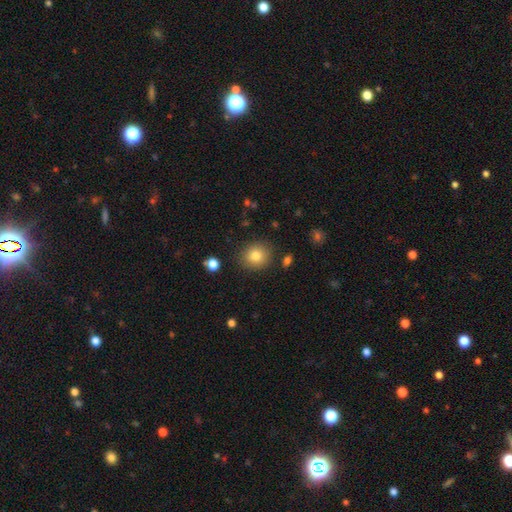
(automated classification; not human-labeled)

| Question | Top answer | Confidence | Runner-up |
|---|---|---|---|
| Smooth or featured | smooth | 81% | star or artifact (11%) |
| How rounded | round | 85% | in between (14%) |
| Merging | none | 87% | minor disturbance (8%) |